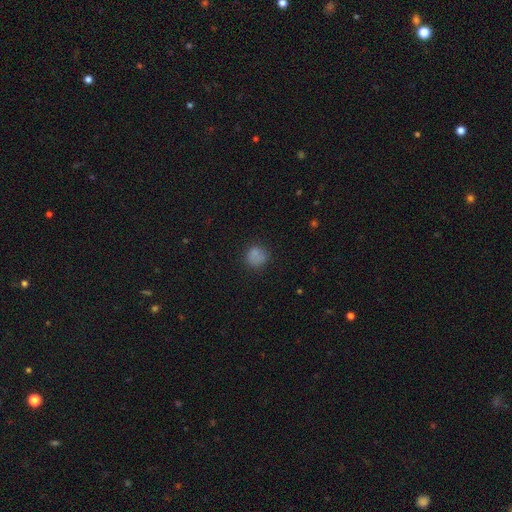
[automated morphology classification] Smooth or featured?
  - smooth: 78% *
  - star or artifact: 14%
  - featured or disk: 8%
How rounded?
  - round: 85% *
  - in between: 13%
  - cigar-shaped: 1%
Merging?
  - none: 73% *
  - minor disturbance: 17%
  - major disturbance: 6%
  - merger: 4%